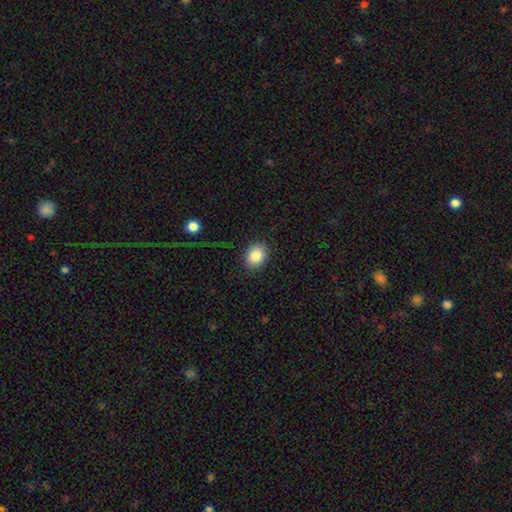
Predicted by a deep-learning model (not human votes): smooth-or-featured: smooth: 85% | star or artifact: 8% | featured or disk: 7%
  how-rounded: in between: 52% | round: 48% | cigar-shaped: 1%
  merging: none: 88% | minor disturbance: 8% | major disturbance: 3% | merger: 1%